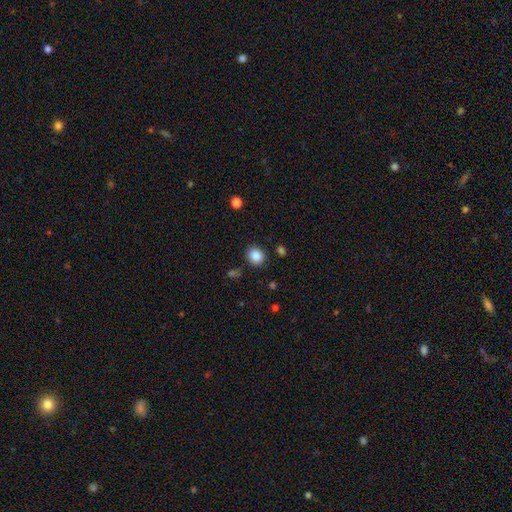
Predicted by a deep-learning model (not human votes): Overall: smooth (86%). How rounded: round (76%). Merging: none (86%).